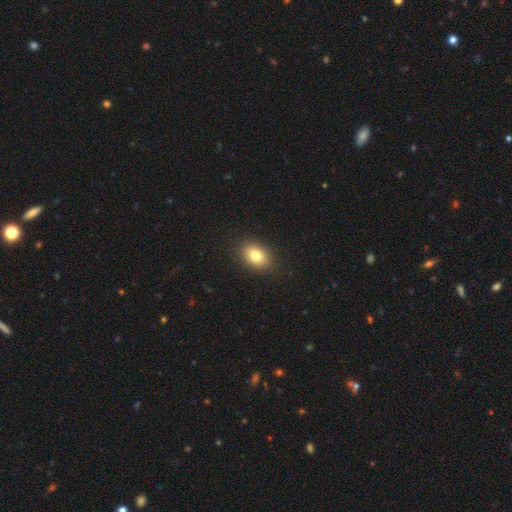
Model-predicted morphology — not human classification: Smooth or featured? smooth (80%)
How rounded? in between (71%)
Merging? none (89%)